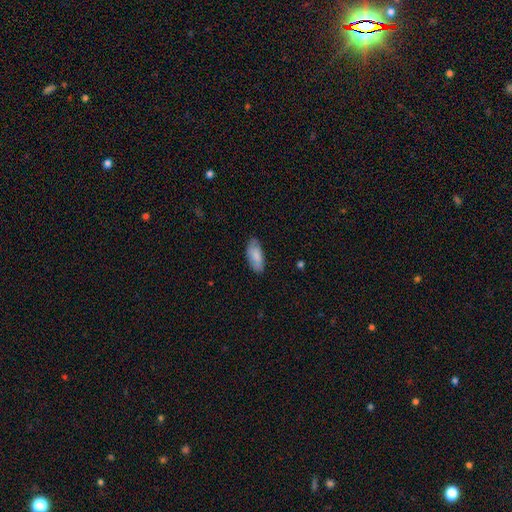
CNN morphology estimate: Overall: smooth (82%). How rounded: in between (87%). Merging: none (80%).